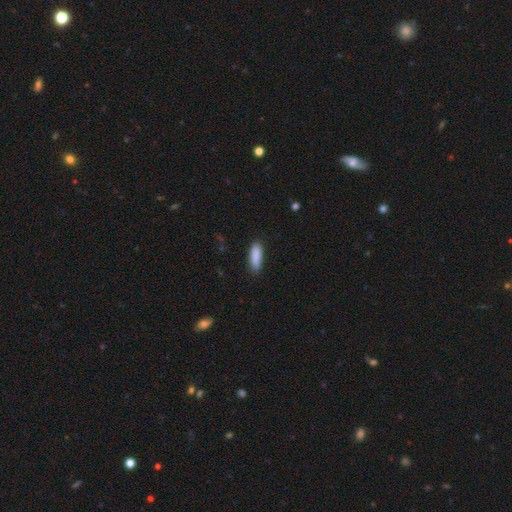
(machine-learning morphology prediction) smooth 89%, star or artifact 6%, featured or disk 5%. Down the decision tree: how rounded — cigar-shaped (50%); merging — none (84%).